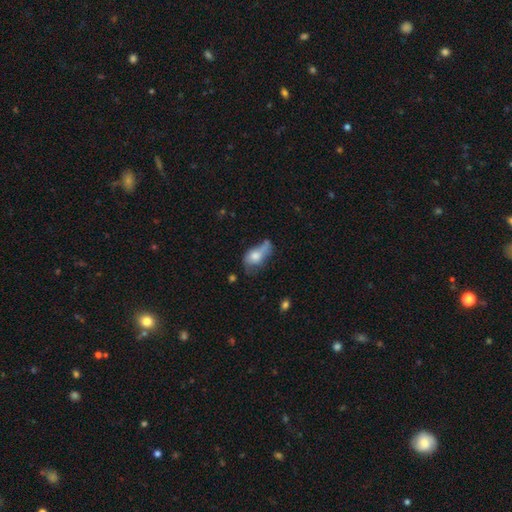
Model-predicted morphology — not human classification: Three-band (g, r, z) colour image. It shows a smooth galaxy with no disk features (59%) that is in between round and cigar-shaped (84%). Merging: major disturbance (30%).